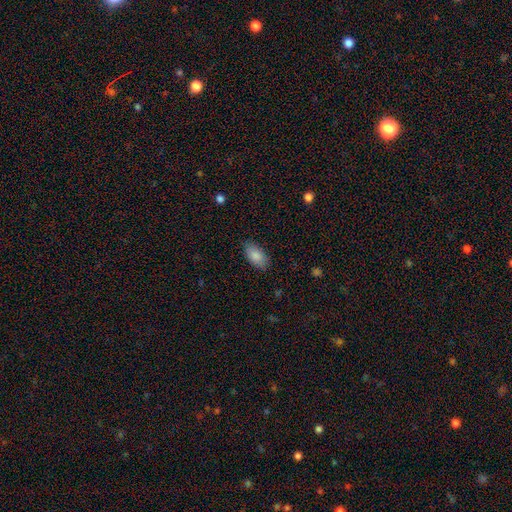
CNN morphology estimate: Smooth or featured: smooth — 86% (featured or disk — 7%)
How rounded: in between — 94% (round — 4%)
Merging: none — 83% (minor disturbance — 13%)